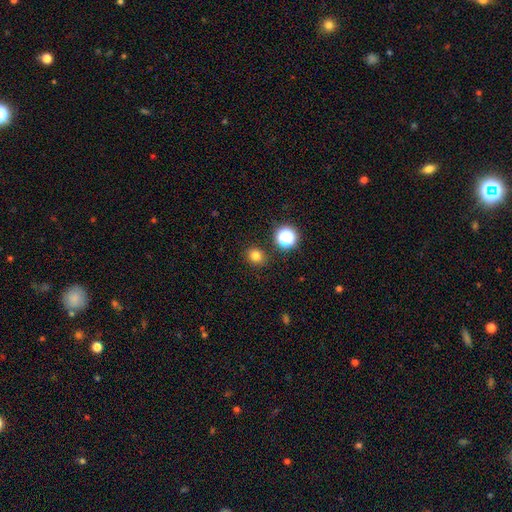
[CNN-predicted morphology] Overall: smooth (79%). How rounded: round (78%). Merging: none (88%).